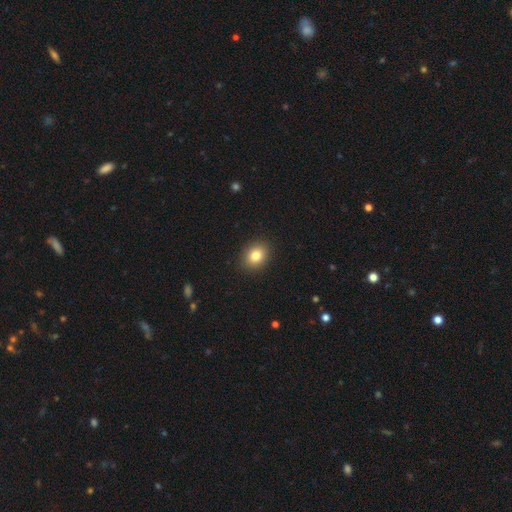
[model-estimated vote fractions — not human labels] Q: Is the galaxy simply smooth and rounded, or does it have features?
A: smooth — 82%.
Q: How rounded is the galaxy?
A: round — 54%.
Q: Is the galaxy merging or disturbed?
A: none — 91%.